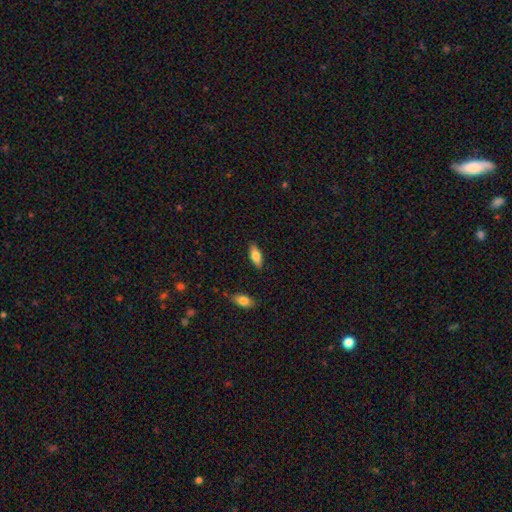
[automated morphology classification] This appears to be a smooth galaxy with no disk features (75%) that is in between round and cigar-shaped (76%). Merging: none (86%).